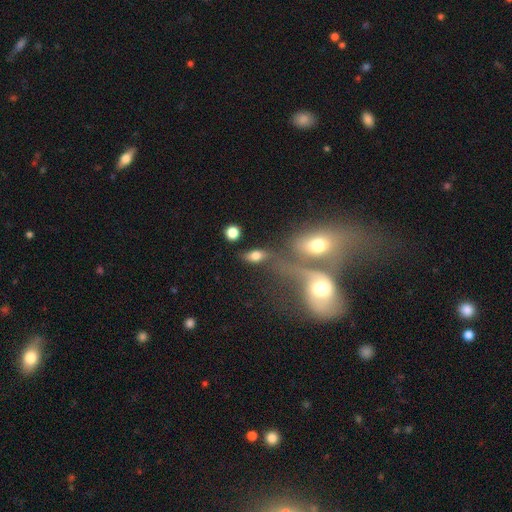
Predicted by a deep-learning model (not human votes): The model was most divided on "merging": none: 56%, merger: 18%, minor disturbance: 16%, major disturbance: 10%. More confident: how rounded — in between (80%); smooth or featured — smooth (68%).